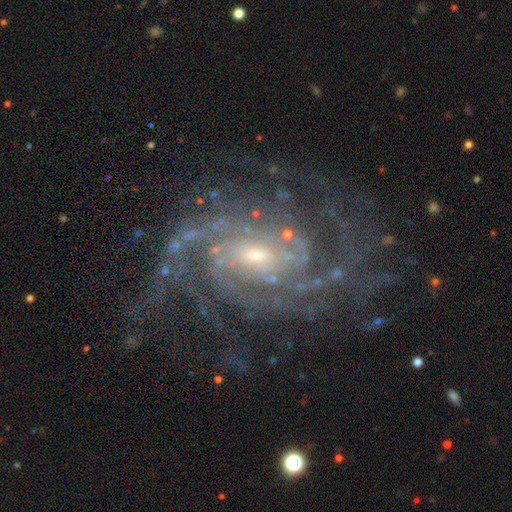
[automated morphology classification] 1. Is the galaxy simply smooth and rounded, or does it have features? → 92% featured or disk, 6% star or artifact, 3% smooth.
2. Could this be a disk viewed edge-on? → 98% no, 2% yes.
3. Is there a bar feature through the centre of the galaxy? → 44% weak, 40% no, 16% strong.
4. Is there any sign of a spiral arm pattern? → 98% yes, 2% no.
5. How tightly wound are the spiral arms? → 61% tight, 33% medium, 6% loose.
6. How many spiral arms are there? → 22% 4, 20% can't tell, 17% 3, 17% 2, 16% more than 4, 9% 1.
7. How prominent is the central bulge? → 62% small, 32% moderate, 2% none, 2% large, 1% dominant.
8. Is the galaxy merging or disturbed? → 73% none, 15% minor disturbance, 10% major disturbance, 2% merger.